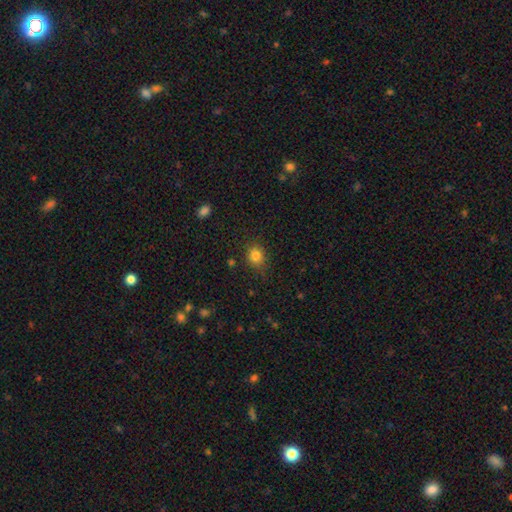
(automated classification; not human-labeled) smooth 83%, star or artifact 12%, featured or disk 5%. Down the decision tree: how rounded — round (67%); merging — none (81%).